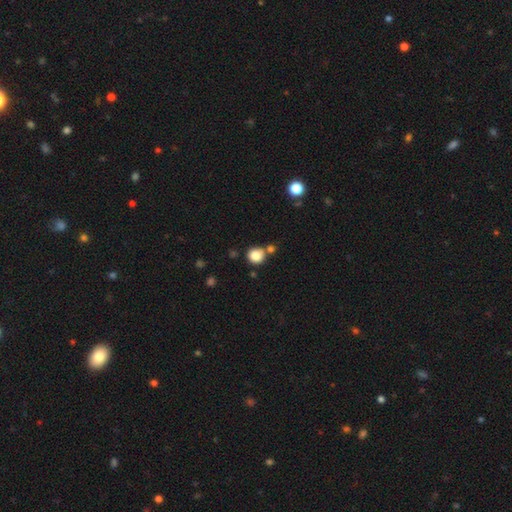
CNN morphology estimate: This is clearly a smooth galaxy (84%). How rounded: clearly round (87%). Merging: likely none (64%).